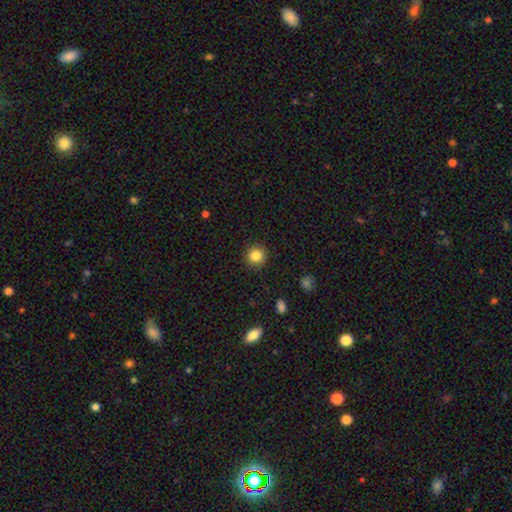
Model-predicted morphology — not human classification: This is clearly a smooth galaxy (84%). How rounded: clearly round (91%). Merging: clearly none (91%).